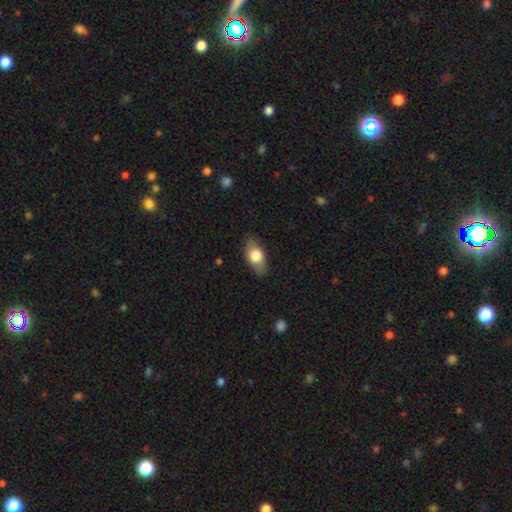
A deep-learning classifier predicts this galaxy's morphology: Smooth or featured? Predicted: smooth (p=0.73). How rounded? Predicted: in between (p=0.87). Merging? Predicted: none (p=0.82).